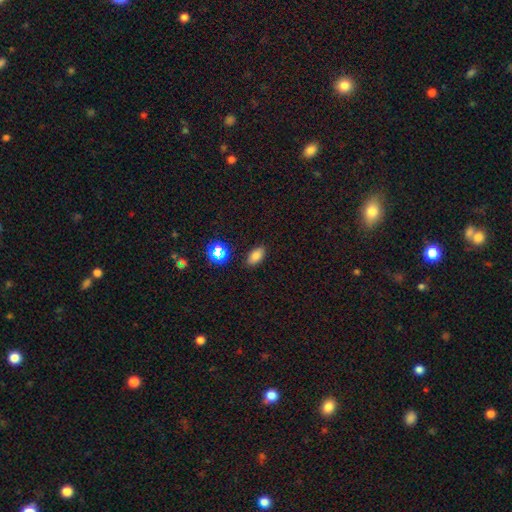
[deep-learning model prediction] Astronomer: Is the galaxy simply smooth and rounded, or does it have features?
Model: smooth — 79%.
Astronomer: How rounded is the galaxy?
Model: in between — 89%.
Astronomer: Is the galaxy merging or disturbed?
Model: none — 87%.